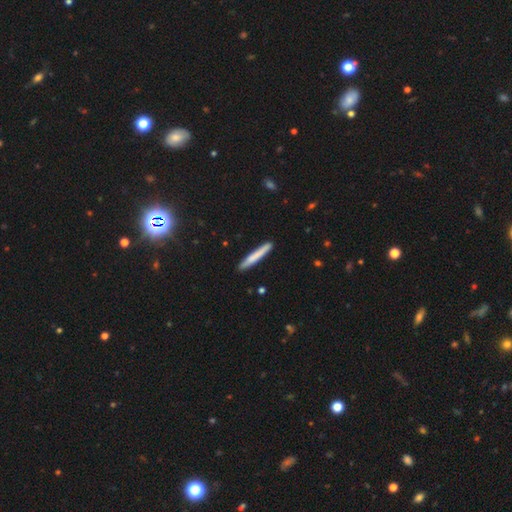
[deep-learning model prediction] Morphology: type=smooth (72%); roundness=cigar-shaped (96%); merging=none (88%).